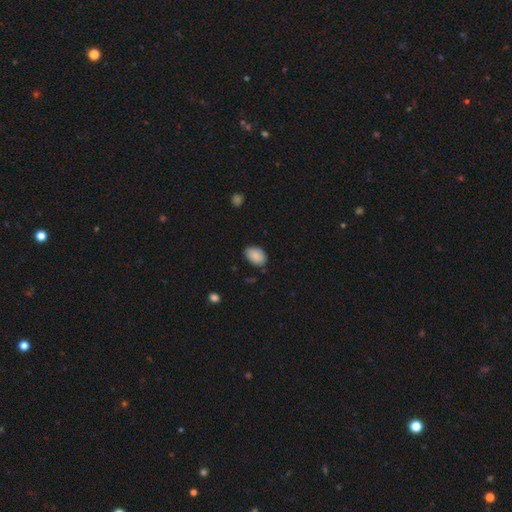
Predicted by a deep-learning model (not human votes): The model was most divided on "merging": none: 80%, minor disturbance: 16%, major disturbance: 3%, merger: 2%. More confident: smooth or featured — smooth (88%); how rounded — in between (87%).